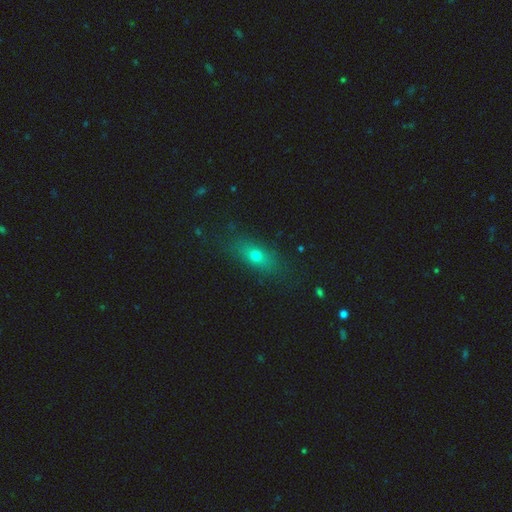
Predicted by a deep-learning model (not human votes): Overall: smooth (66%). How rounded: in between (65%). Merging: none (81%).